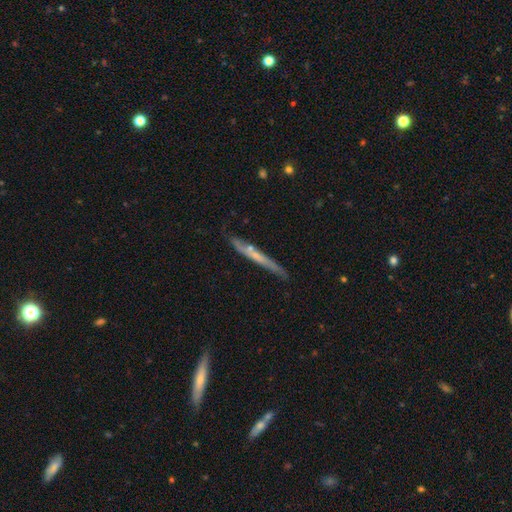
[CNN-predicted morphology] Q: Smooth or featured?
A: featured or disk (56%); runner-up: smooth (38%)
Q: Edge-on disk?
A: yes (88%); runner-up: no (12%)
Q: Merging?
A: none (72%); runner-up: minor disturbance (20%)